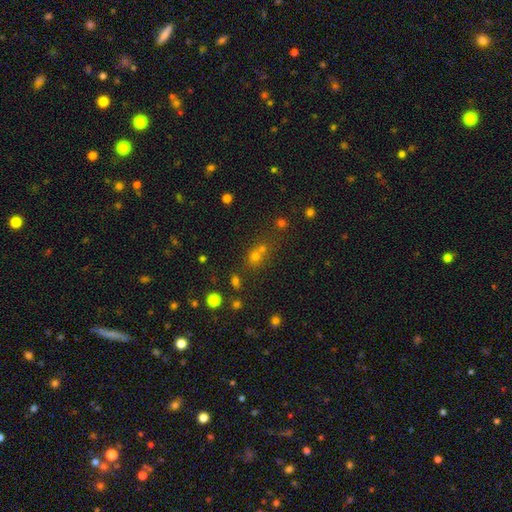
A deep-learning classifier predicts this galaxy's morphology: A smooth galaxy with no disk features (51%) that is round (75%).

Vote fractions:
- Smooth or featured? smooth: 51% / star or artifact: 38% / featured or disk: 12%
- How rounded? round: 75% / in between: 23% / cigar-shaped: 2%
- Merging? none: 48% / merger: 39% / minor disturbance: 8% / major disturbance: 5%